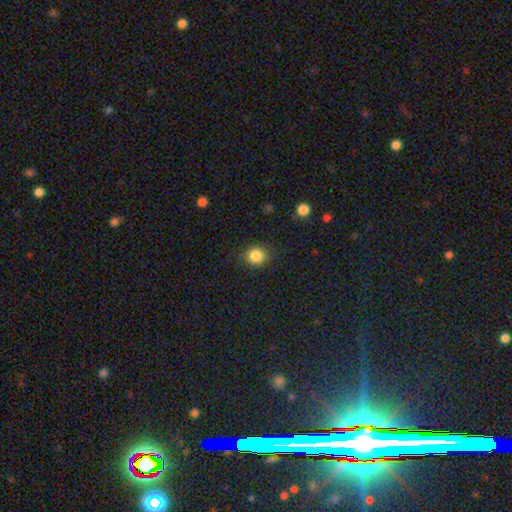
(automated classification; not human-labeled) This is clearly a smooth galaxy (85%). How rounded: clearly round (88%). Merging: clearly none (87%).